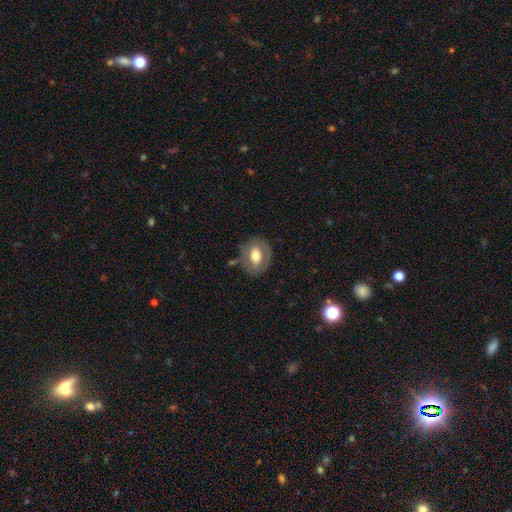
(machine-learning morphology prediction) smooth 58%, featured or disk 35%, star or artifact 7%. Down the decision tree: how rounded — in between (61%); merging — none (70%).